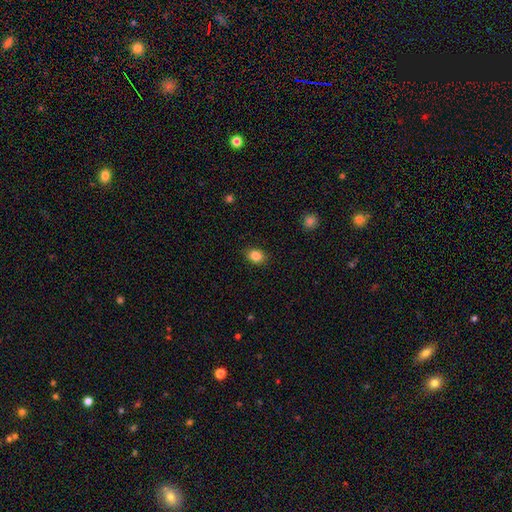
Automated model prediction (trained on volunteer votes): This appears to be a smooth galaxy with no disk features (86%) that is in between round and cigar-shaped (59%). Merging: none (88%).